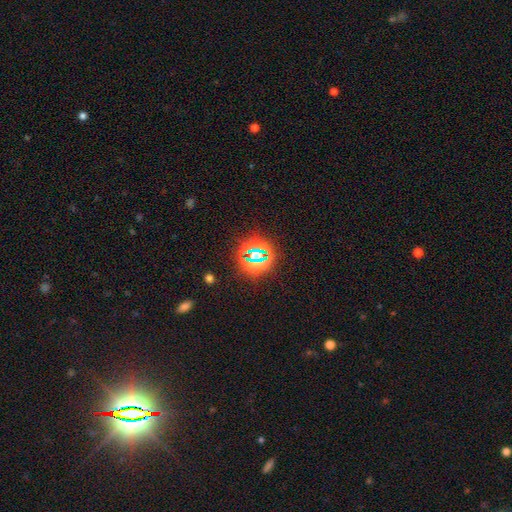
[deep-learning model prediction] Morphology: type=star or artifact (73%).